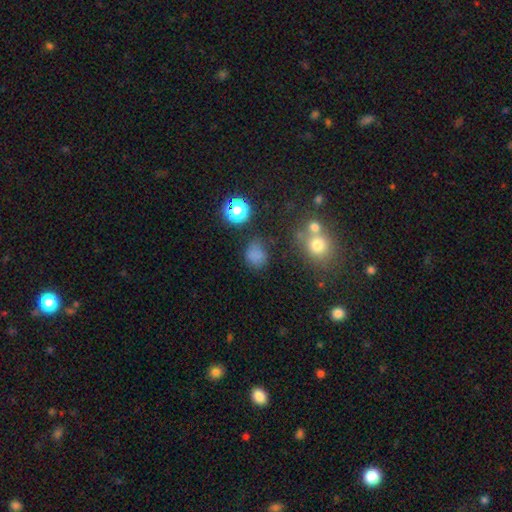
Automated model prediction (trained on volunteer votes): smooth-or-featured: smooth: 71% | star or artifact: 21% | featured or disk: 8%
  how-rounded: round: 56% | in between: 42% | cigar-shaped: 1%
  merging: none: 58% | minor disturbance: 22% | major disturbance: 11% | merger: 9%